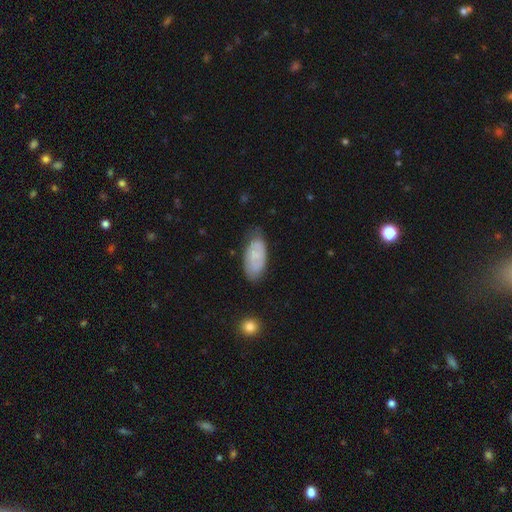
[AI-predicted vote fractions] smooth-or-featured: smooth: 50% | featured or disk: 43% | star or artifact: 7%
  merging: none: 69% | minor disturbance: 24% | major disturbance: 6% | merger: 2%